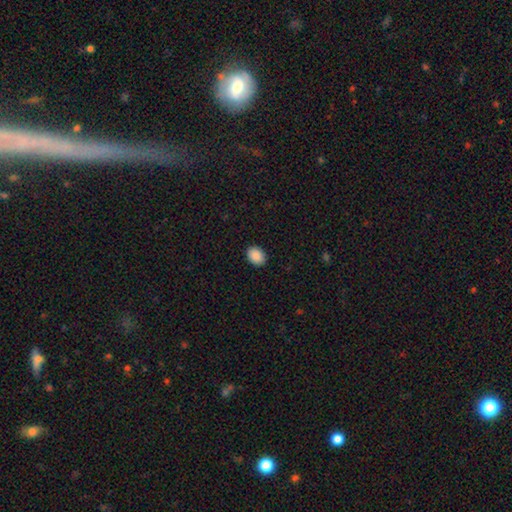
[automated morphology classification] Overall: smooth (90%). How rounded: in between (64%; round 35%). Merging: none (90%).